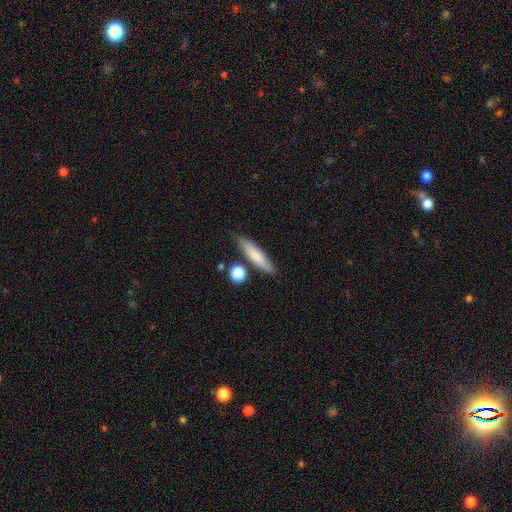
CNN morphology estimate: Smooth or featured?
  - smooth: 76% *
  - featured or disk: 18%
  - star or artifact: 6%
How rounded?
  - cigar-shaped: 77% *
  - in between: 20%
  - round: 2%
Merging?
  - none: 78% *
  - minor disturbance: 13%
  - merger: 7%
  - major disturbance: 3%